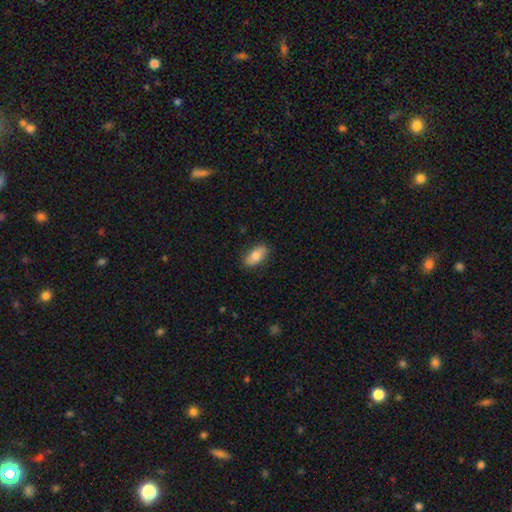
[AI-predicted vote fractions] smooth-or-featured: smooth: 78% | featured or disk: 16% | star or artifact: 6%
  how-rounded: in between: 87% | cigar-shaped: 9% | round: 3%
  merging: none: 86% | minor disturbance: 11% | major disturbance: 2% | merger: 1%